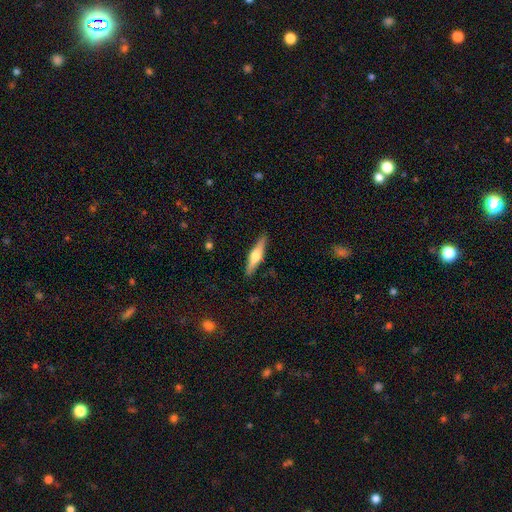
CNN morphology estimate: This is possibly a featured or disk galaxy (57%). It is clearly viewed edge-on (96%). Edge-on bulge: clearly rounded (90%). Merging: clearly none (90%).